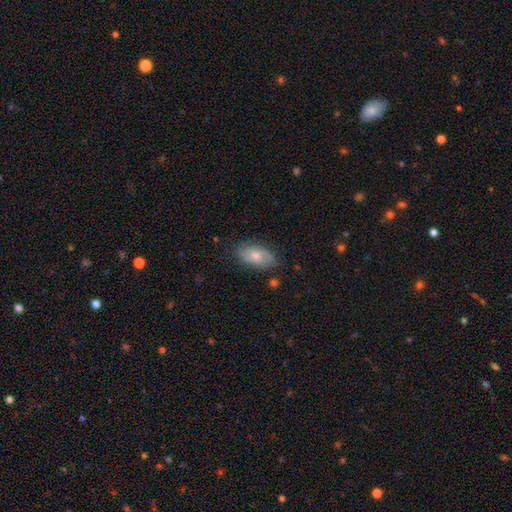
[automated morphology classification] Smooth or featured? smooth (60%)
How rounded? in between (92%)
Merging? none (76%)